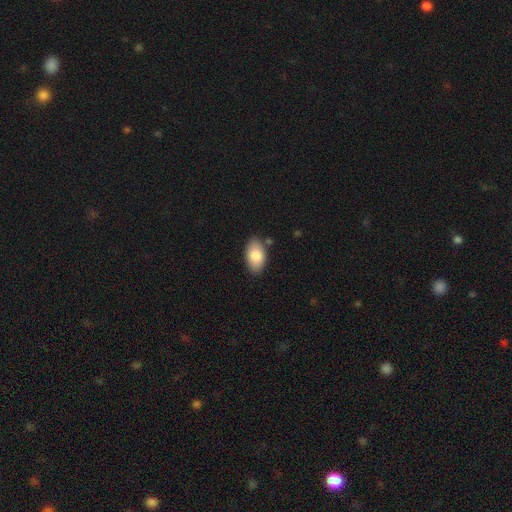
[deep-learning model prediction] Morphology: type=smooth (83%); roundness=in between (94%); merging=none (83%).